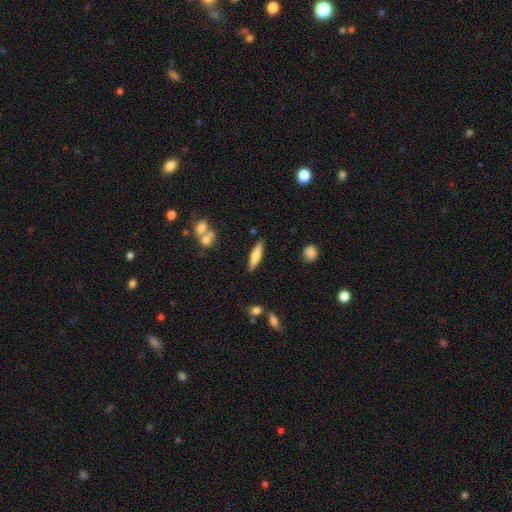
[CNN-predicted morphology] type=smooth (65%); roundness=cigar-shaped (77%); merging=none (86%).